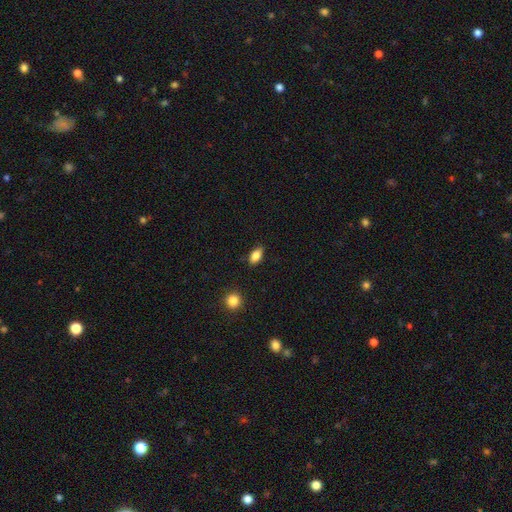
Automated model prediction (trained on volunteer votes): This is clearly a smooth galaxy (84%). How rounded: clearly in between (88%). Merging: clearly none (83%).